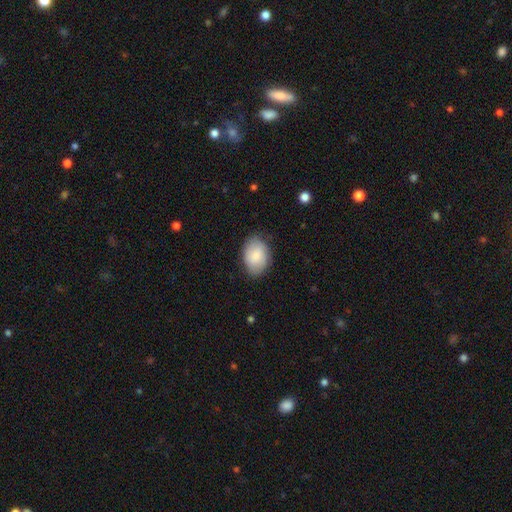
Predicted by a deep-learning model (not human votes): smooth-or-featured: smooth: 82% | featured or disk: 12% | star or artifact: 6%
  how-rounded: in between: 81% | round: 18% | cigar-shaped: 1%
  merging: none: 80% | minor disturbance: 16% | major disturbance: 3% | merger: 1%